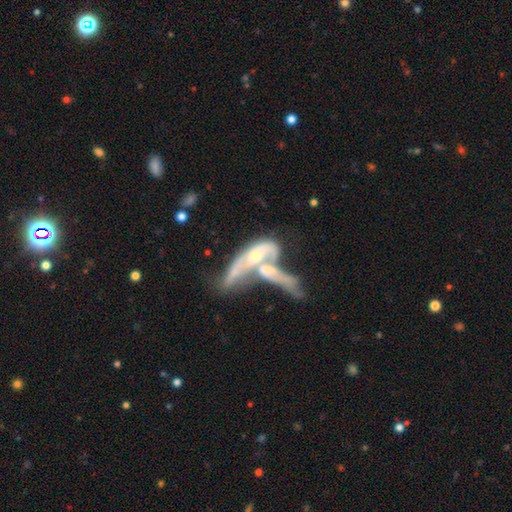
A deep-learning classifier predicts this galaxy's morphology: smooth_or_featured: featured or disk (p=0.65) [alt: smooth p=0.28]
disk_edge_on: no (p=0.72) [alt: yes p=0.28]
merging: merger (p=0.69) [alt: major disturbance p=0.13]